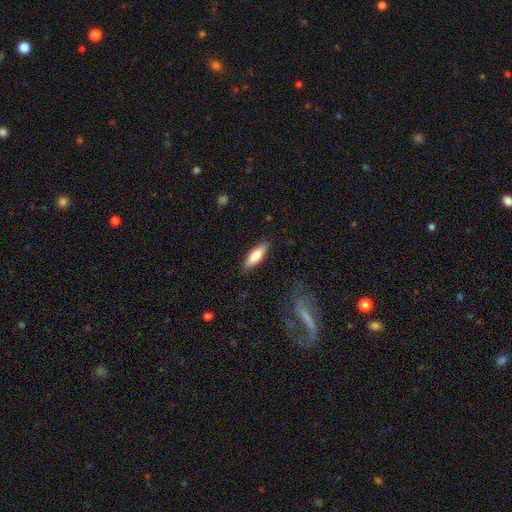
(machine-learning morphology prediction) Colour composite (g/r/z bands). It shows a smooth galaxy with no disk features (80%) that is cigar-shaped (49%, tied with in between). Merging: none (86%).